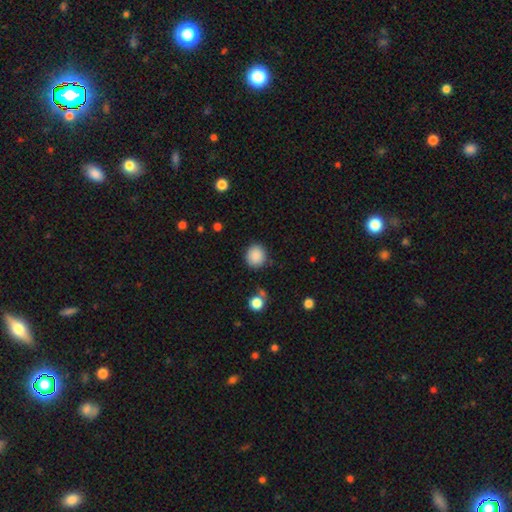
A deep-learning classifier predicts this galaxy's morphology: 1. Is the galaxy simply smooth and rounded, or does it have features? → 87% smooth, 9% star or artifact, 4% featured or disk.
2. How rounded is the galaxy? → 88% round, 11% in between, 1% cigar-shaped.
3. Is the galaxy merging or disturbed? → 85% none, 10% minor disturbance, 3% major disturbance, 2% merger.